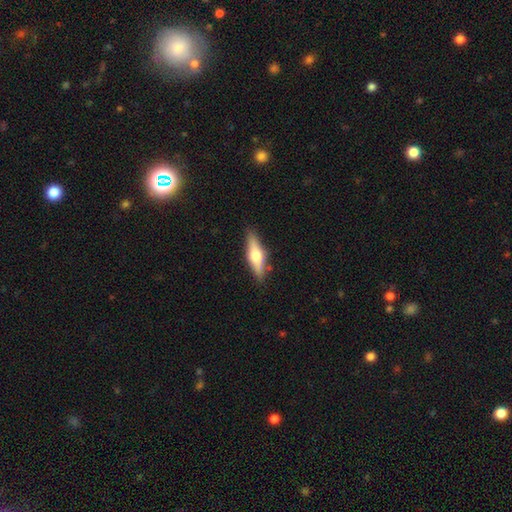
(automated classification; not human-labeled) A smooth galaxy with no disk features (48%). Merging: none (84%).